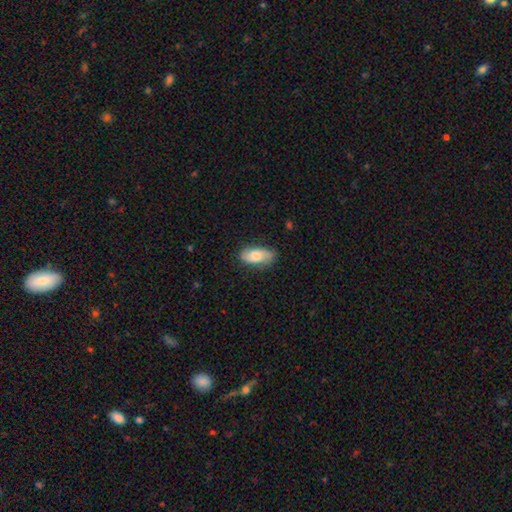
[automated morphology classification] Smooth or featured: smooth — 63% (featured or disk — 31%)
How rounded: in between — 88% (cigar-shaped — 8%)
Merging: none — 74% (minor disturbance — 20%)